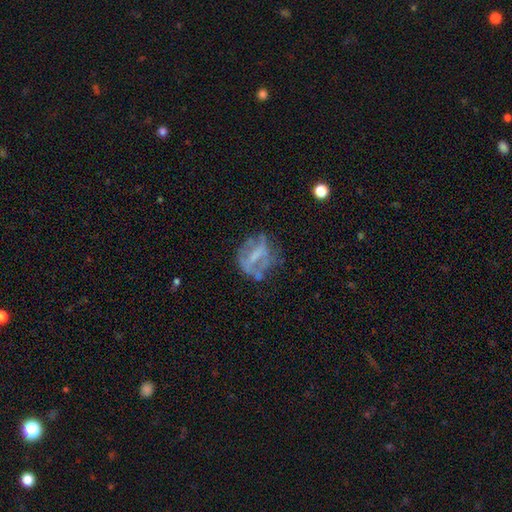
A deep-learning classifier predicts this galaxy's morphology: featured or disk 63%, smooth 26%, star or artifact 12%. Down the decision tree: edge-on disk — no (95%); bar — weak (37%); spiral arms — no (68%); bulge size — none (41%); merging — none (45%).